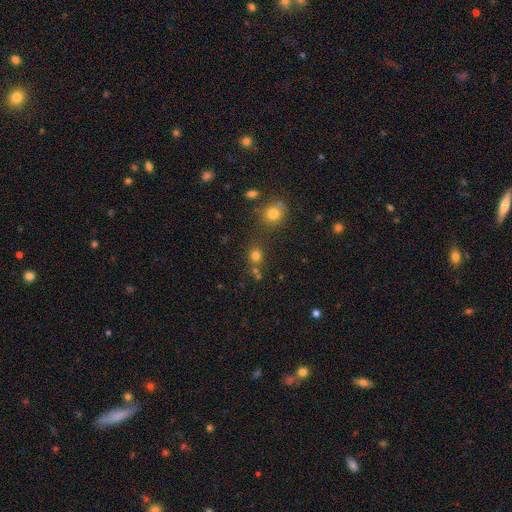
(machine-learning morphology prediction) A smooth galaxy with no disk features (76%) that is round (83%). Merging: none (70%).